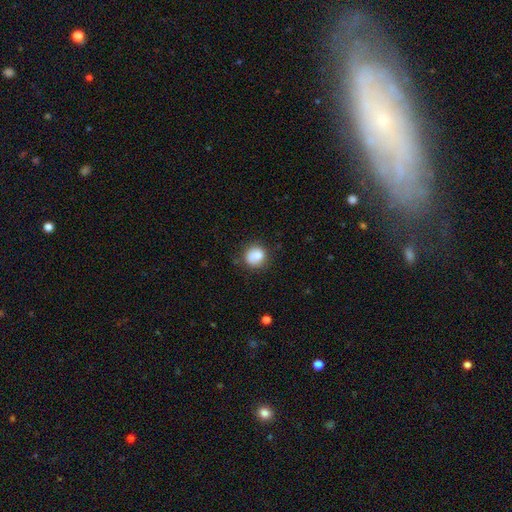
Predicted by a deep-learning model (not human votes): smooth 80%, featured or disk 12%, star or artifact 9%. Down the decision tree: how rounded — round (83%); merging — none (67%).